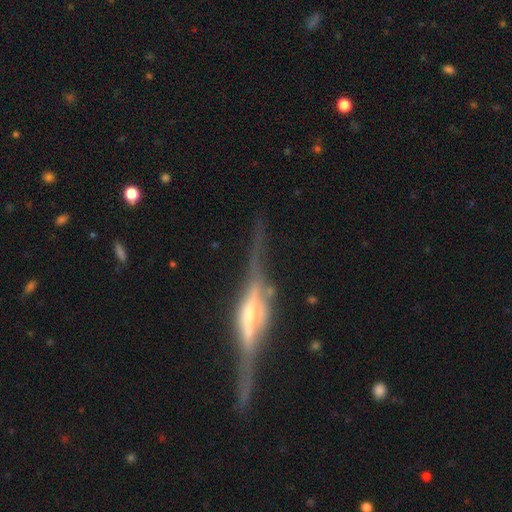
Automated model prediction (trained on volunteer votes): Overall: featured or disk (90%). Edge-on disk: yes (97%). Edge-on bulge: rounded (47%; boxy 46%). Merging: none (85%).